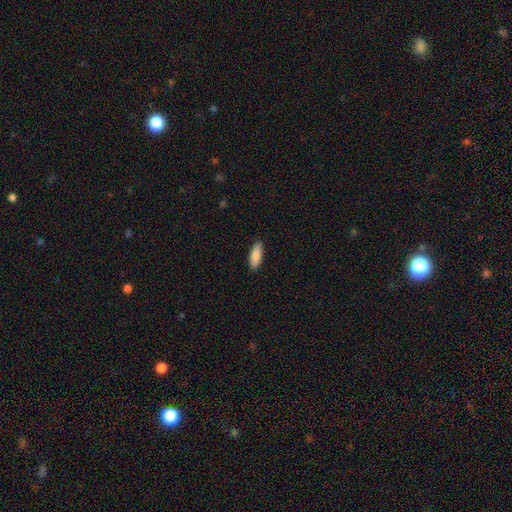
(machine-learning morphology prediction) Smooth or featured? Predicted: smooth (p=0.87). How rounded? Predicted: in between (p=0.71). Merging? Predicted: none (p=0.89).